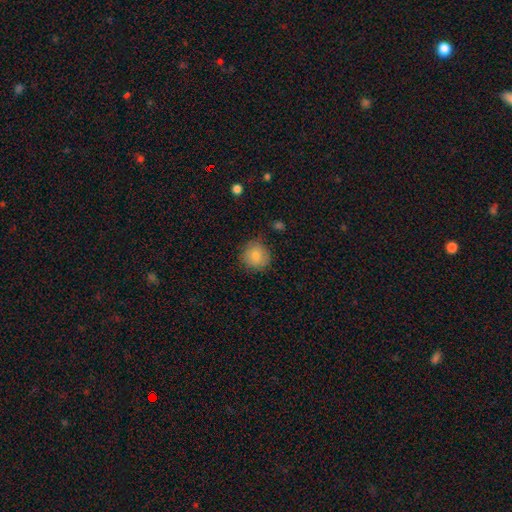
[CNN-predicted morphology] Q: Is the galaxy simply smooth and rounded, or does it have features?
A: smooth — 84%.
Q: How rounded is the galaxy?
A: round — 90%.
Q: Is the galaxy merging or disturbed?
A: none — 81%.